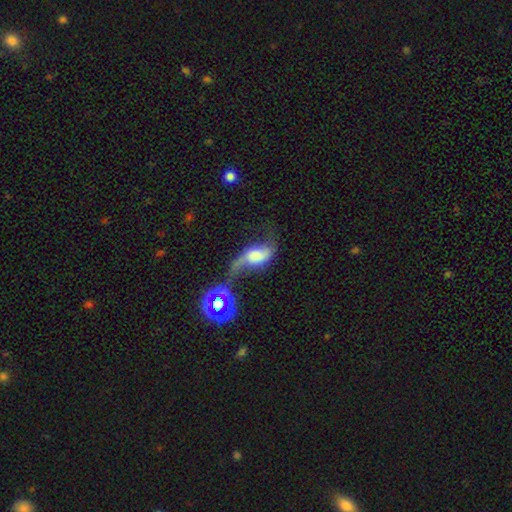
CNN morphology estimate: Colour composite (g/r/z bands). It shows a featured or disk galaxy (53%). Merging: merger (33%).